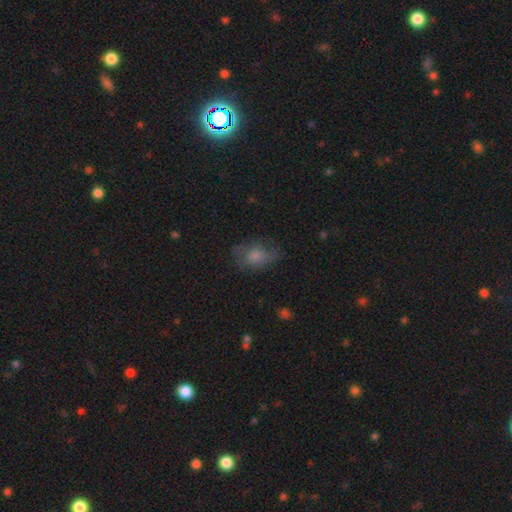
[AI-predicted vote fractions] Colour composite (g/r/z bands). It shows a smooth galaxy with no disk features (67%) that is in between round and cigar-shaped (79%). Merging: none (55%).